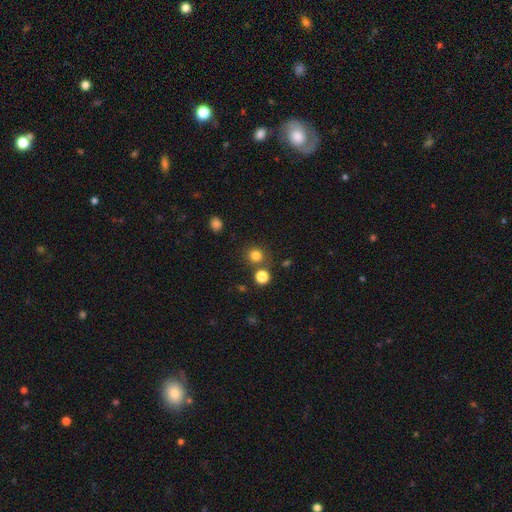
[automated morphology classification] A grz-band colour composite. It shows a smooth galaxy with no disk features (80%) that is round (91%). Merging: none (78%).